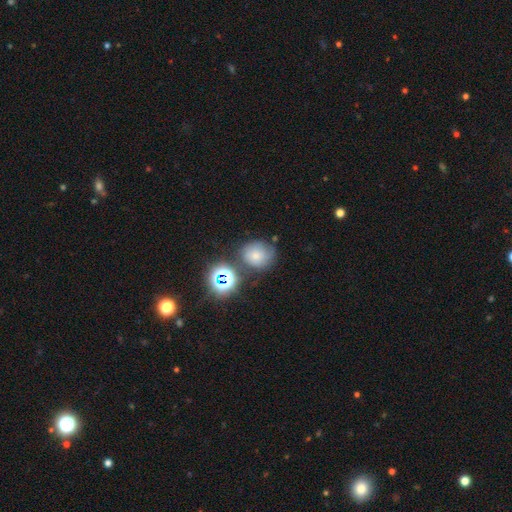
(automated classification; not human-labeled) smooth-or-featured: smooth: 62% | star or artifact: 22% | featured or disk: 16%
  how-rounded: round: 82% | in between: 17% | cigar-shaped: 1%
  merging: none: 62% | minor disturbance: 19% | merger: 11% | major disturbance: 7%